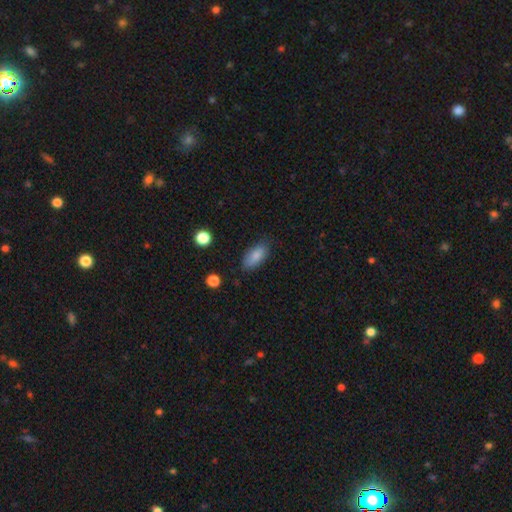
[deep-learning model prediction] smooth 85%, featured or disk 8%, star or artifact 8%. Down the decision tree: how rounded — in between (86%); merging — none (79%).